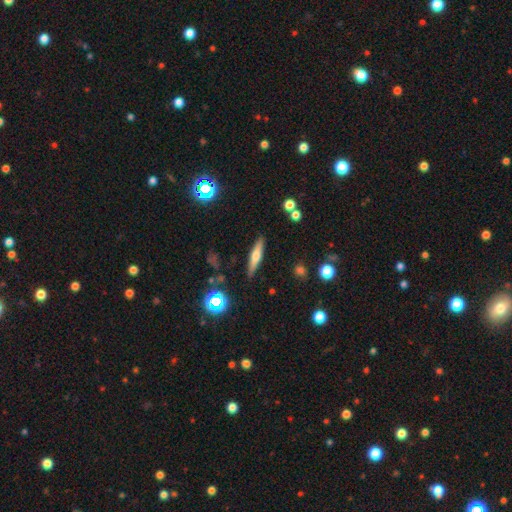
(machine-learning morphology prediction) A smooth galaxy with no disk features (46%).

Vote fractions:
- Smooth or featured? smooth: 46% / featured or disk: 45% / star or artifact: 9%
- Merging? none: 86% / minor disturbance: 9% / major disturbance: 2% / merger: 2%